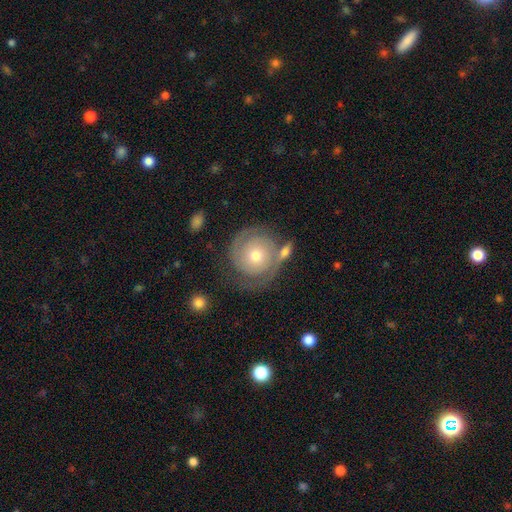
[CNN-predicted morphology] featured or disk 78%, smooth 17%, star or artifact 6%. Down the decision tree: edge-on disk — no (97%); bar — no (82%); spiral arms — yes (92%); spiral arm count — 2 (75%); spiral winding — tight (73%); bulge size — moderate (62%); merging — none (67%).